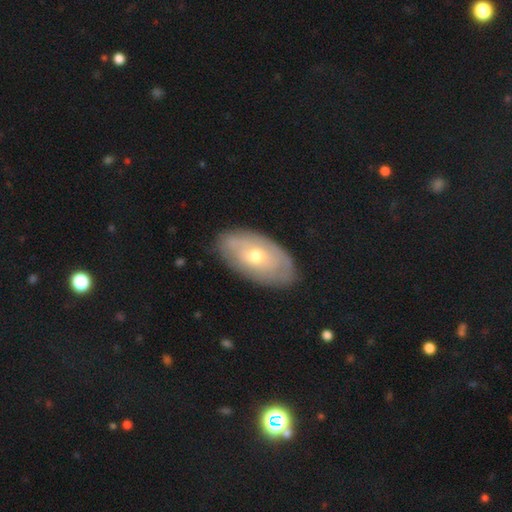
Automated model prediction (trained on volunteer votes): Morphology: type=featured or disk (52%); edge-on=no (88%); merging=none (82%).